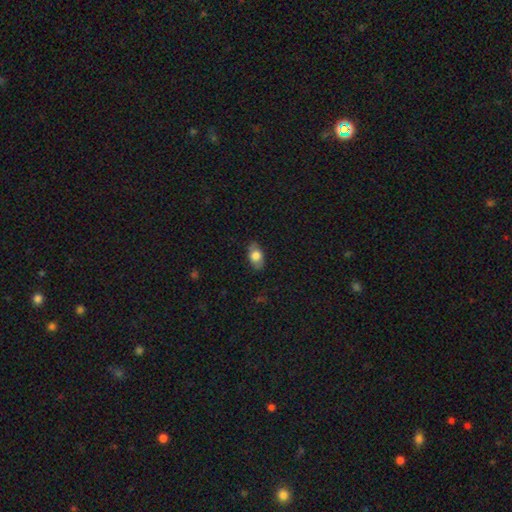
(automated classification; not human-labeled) smooth-or-featured: smooth: 75% | featured or disk: 18% | star or artifact: 7%
  how-rounded: in between: 88% | round: 9% | cigar-shaped: 3%
  merging: none: 80% | minor disturbance: 15% | major disturbance: 3% | merger: 1%